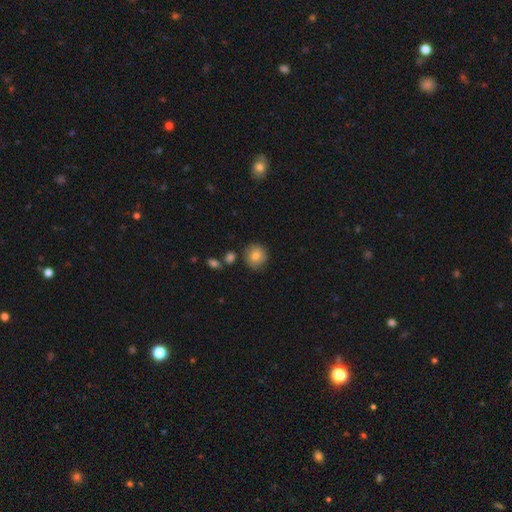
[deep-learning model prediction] Overall: smooth (80%). How rounded: round (90%). Merging: none (82%).